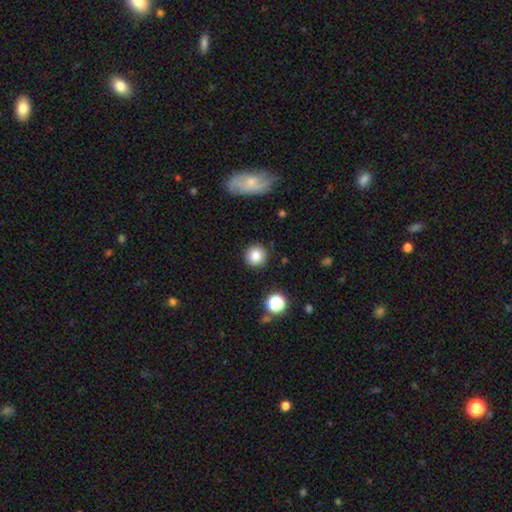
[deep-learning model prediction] The model was most divided on "smooth or featured": smooth: 84%, star or artifact: 10%, featured or disk: 6%. More confident: how rounded — round (93%); merging — none (89%).